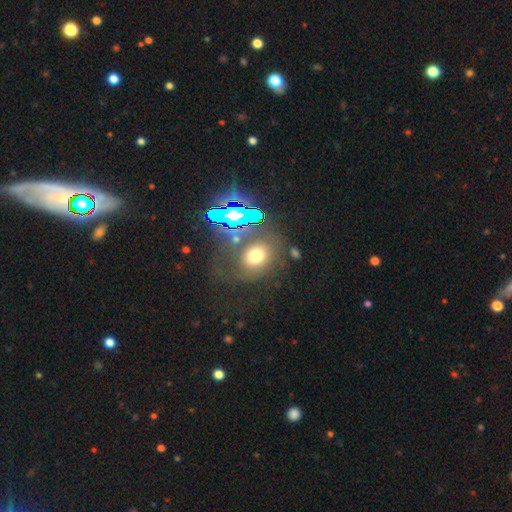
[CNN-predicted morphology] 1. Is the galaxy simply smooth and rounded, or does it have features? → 62% smooth, 22% star or artifact, 16% featured or disk.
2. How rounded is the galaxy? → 55% round, 43% in between, 1% cigar-shaped.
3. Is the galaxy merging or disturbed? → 63% none, 16% minor disturbance, 14% major disturbance, 7% merger.